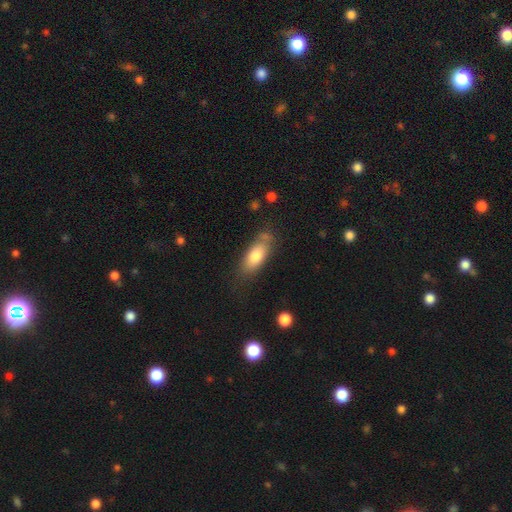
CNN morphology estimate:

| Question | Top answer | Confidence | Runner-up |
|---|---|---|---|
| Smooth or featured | smooth | 79% | featured or disk (15%) |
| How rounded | in between | 81% | cigar-shaped (17%) |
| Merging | none | 66% | minor disturbance (21%) |